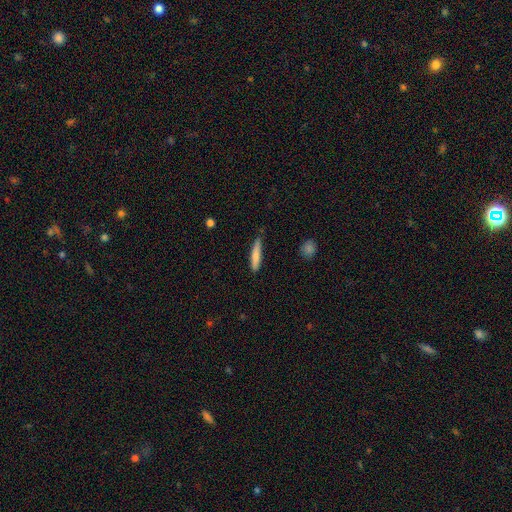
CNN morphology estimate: Smooth or featured?
  - smooth: 76% *
  - featured or disk: 18%
  - star or artifact: 6%
How rounded?
  - cigar-shaped: 89% *
  - in between: 9%
  - round: 1%
Merging?
  - none: 79% *
  - minor disturbance: 17%
  - major disturbance: 3%
  - merger: 2%